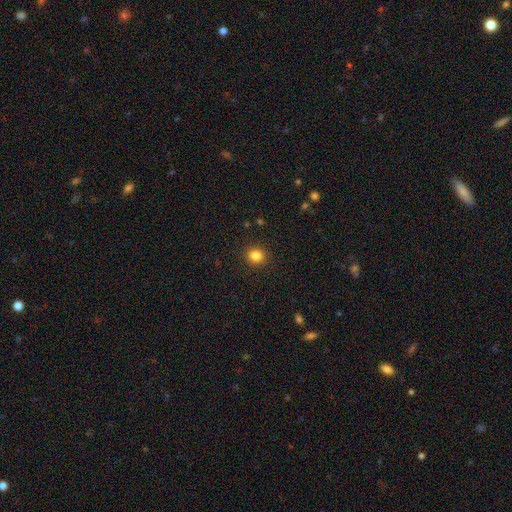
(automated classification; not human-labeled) Smooth or featured?
  - smooth: 83% *
  - star or artifact: 12%
  - featured or disk: 5%
How rounded?
  - round: 86% *
  - in between: 13%
  - cigar-shaped: 1%
Merging?
  - none: 91% *
  - minor disturbance: 6%
  - major disturbance: 2%
  - merger: 1%